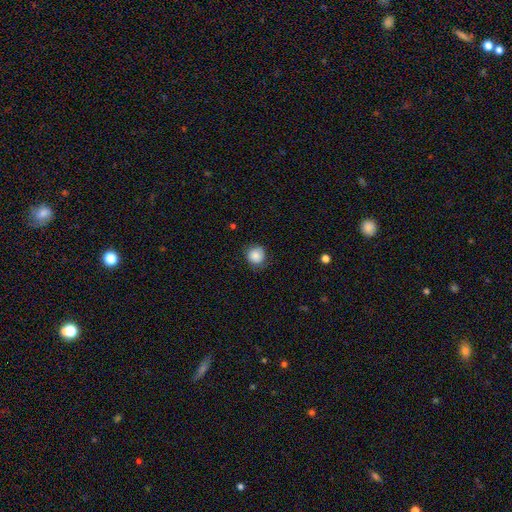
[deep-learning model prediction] smooth_or_featured: smooth (p=0.83) [alt: star or artifact p=0.09]
how_rounded: round (p=0.88) [alt: in between p=0.11]
merging: none (p=0.76) [alt: minor disturbance p=0.18]